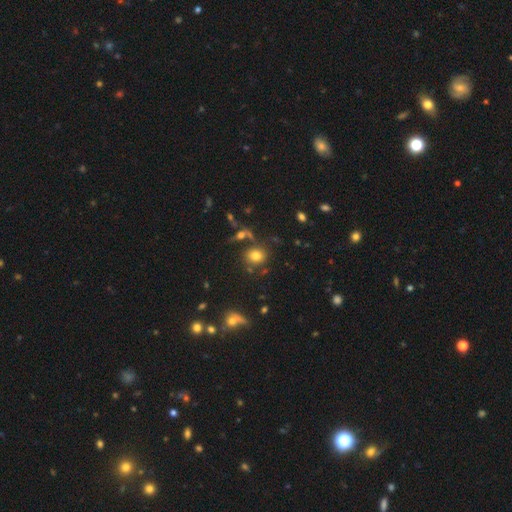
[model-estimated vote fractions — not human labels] This appears to be a smooth galaxy with no disk features (74%) that is round (65%). Merging: none (71%).